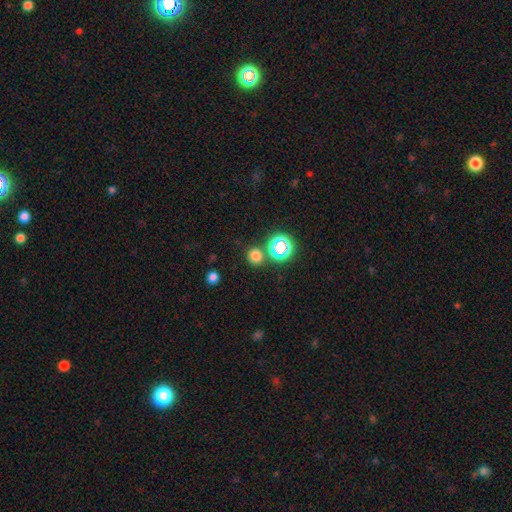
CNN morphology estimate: Smooth or featured: smooth — 72% (star or artifact — 23%)
How rounded: round — 87% (in between — 12%)
Merging: none — 81% (merger — 9%)